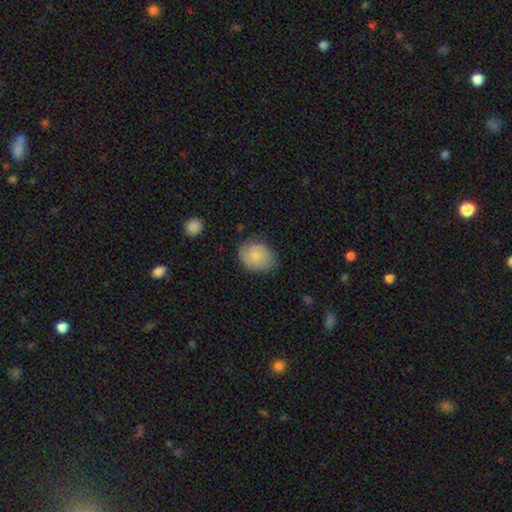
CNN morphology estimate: Smooth or featured?
  - smooth: 72% *
  - featured or disk: 21%
  - star or artifact: 7%
How rounded?
  - in between: 53% *
  - round: 46%
  - cigar-shaped: 1%
Merging?
  - none: 70% *
  - minor disturbance: 23%
  - major disturbance: 5%
  - merger: 1%